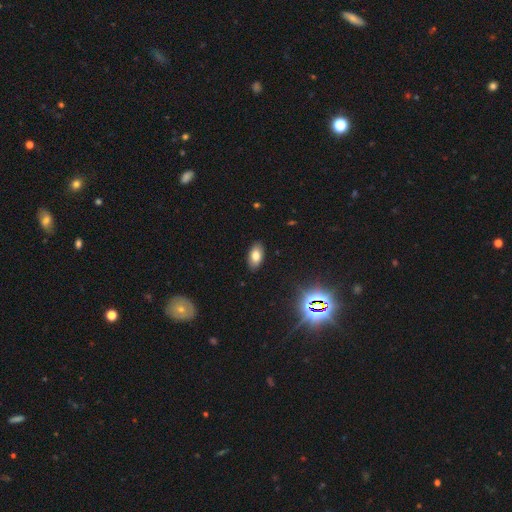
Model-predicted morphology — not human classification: Smooth or featured? smooth (77%)
How rounded? in between (93%)
Merging? none (88%)